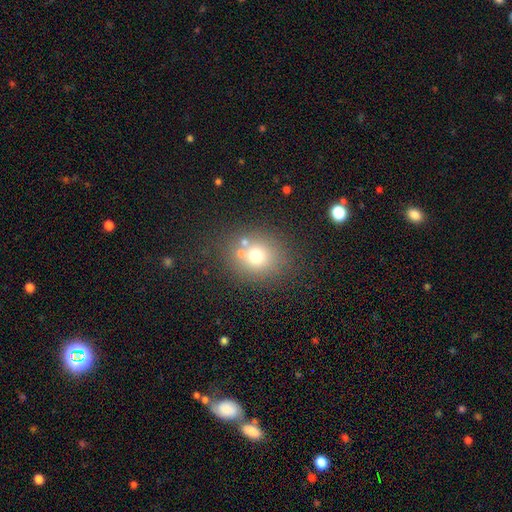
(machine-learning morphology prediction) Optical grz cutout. It shows a smooth galaxy with no disk features (68%) that is round (75%). Merging: none (68%).